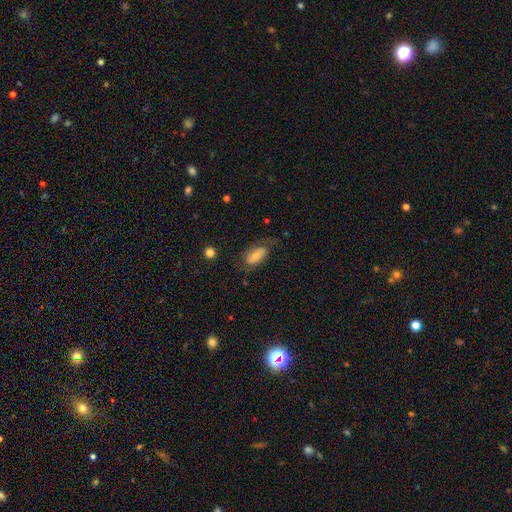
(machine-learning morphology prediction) Q: Smooth or featured?
A: smooth (48%); runner-up: featured or disk (42%)
Q: Merging?
A: none (57%); runner-up: minor disturbance (23%)